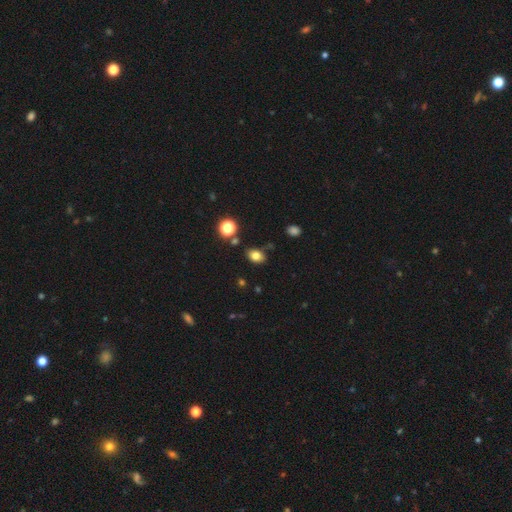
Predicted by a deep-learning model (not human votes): A smooth galaxy with no disk features (79%) that is in between round and cigar-shaped (74%). Merging: none (79%).